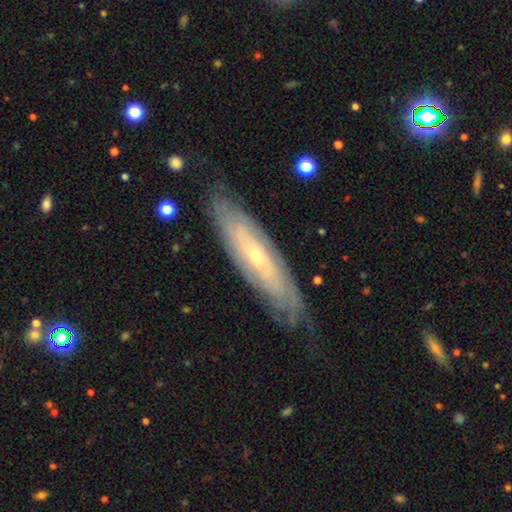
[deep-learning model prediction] Smooth or featured? featured or disk (76%)
Edge-on disk? no (66%)
Merging? none (78%)